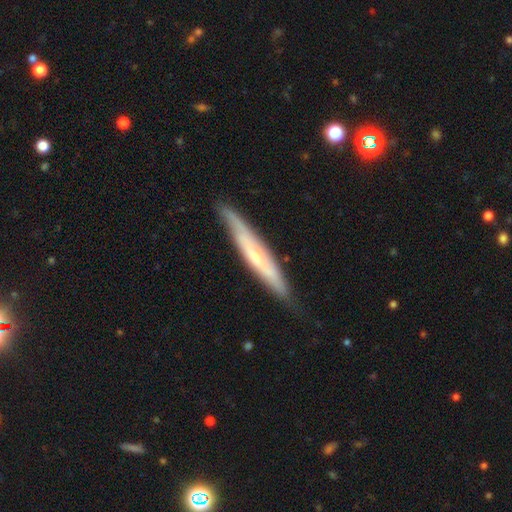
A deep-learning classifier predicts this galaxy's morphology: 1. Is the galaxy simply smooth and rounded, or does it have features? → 57% featured or disk, 38% smooth, 6% star or artifact.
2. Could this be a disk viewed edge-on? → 77% yes, 23% no.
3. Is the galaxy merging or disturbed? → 79% none, 16% minor disturbance, 3% major disturbance, 2% merger.